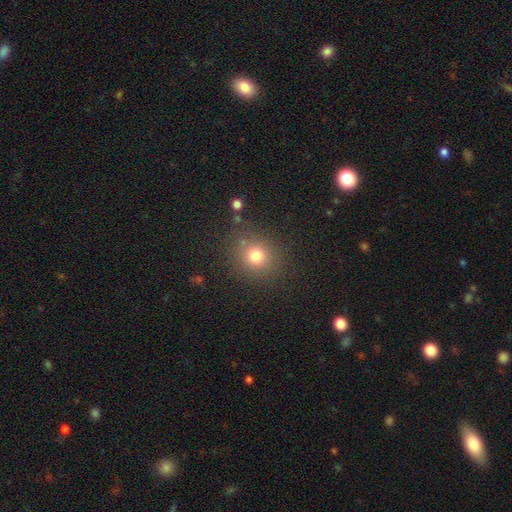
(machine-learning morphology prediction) smooth 75%, star or artifact 17%, featured or disk 8%. Down the decision tree: how rounded — round (85%); merging — none (83%).